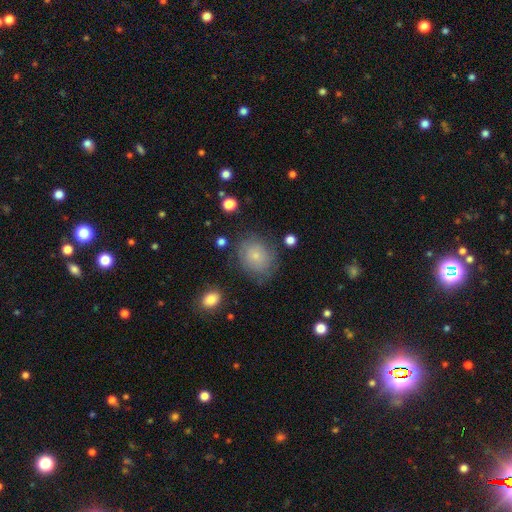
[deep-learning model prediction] Smooth or featured?
  - smooth: 66% *
  - featured or disk: 23%
  - star or artifact: 10%
How rounded?
  - round: 67% *
  - in between: 33%
  - cigar-shaped: 1%
Merging?
  - none: 71% *
  - minor disturbance: 19%
  - major disturbance: 8%
  - merger: 2%